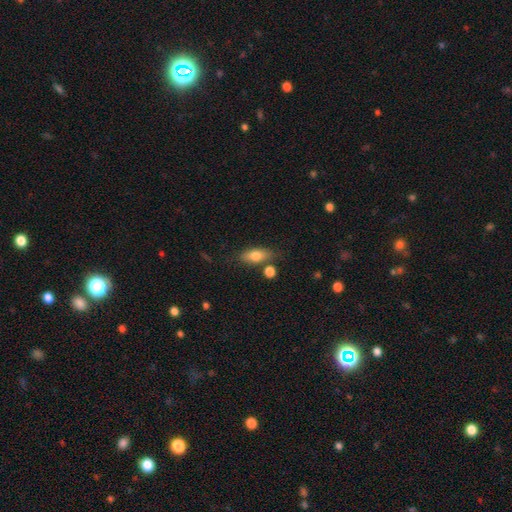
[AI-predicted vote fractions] smooth-or-featured: smooth: 74% | featured or disk: 19% | star or artifact: 8%
  how-rounded: in between: 77% | cigar-shaped: 18% | round: 6%
  merging: none: 72% | minor disturbance: 15% | merger: 9% | major disturbance: 4%